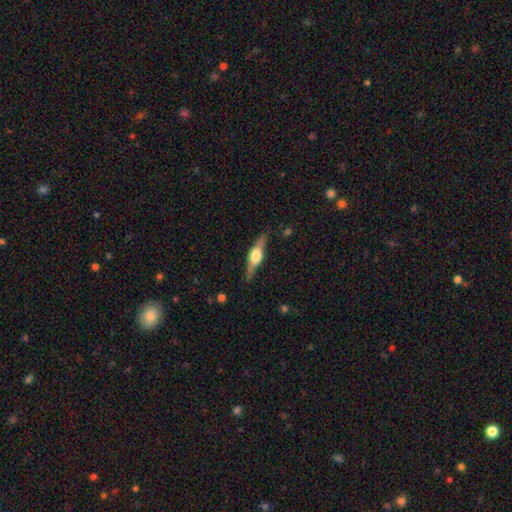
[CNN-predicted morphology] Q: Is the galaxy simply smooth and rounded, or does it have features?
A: featured or disk — 66%.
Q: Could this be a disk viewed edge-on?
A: yes — 95%.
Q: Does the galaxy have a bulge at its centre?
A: rounded — 90%.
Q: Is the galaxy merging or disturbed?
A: none — 84%.